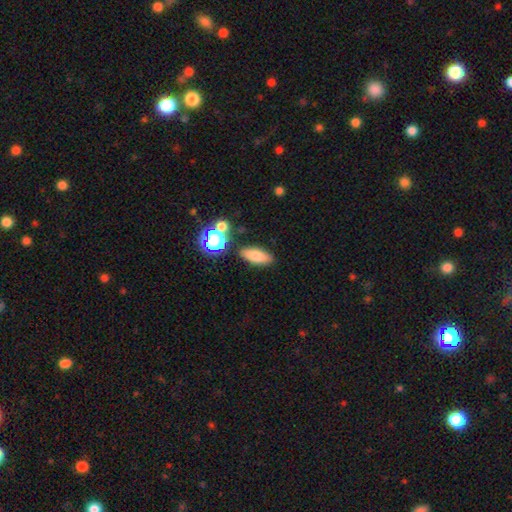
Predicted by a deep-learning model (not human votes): smooth-or-featured: smooth: 75% | star or artifact: 13% | featured or disk: 12%
  how-rounded: in between: 71% | cigar-shaped: 19% | round: 10%
  merging: none: 81% | minor disturbance: 10% | merger: 6% | major disturbance: 3%